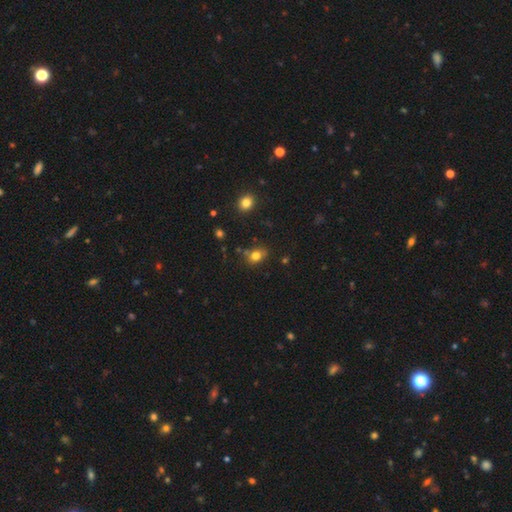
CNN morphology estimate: smooth_or_featured: smooth (p=0.78) [alt: star or artifact p=0.13]
how_rounded: round (p=0.51) [alt: in between p=0.48]
merging: none (p=0.69) [alt: minor disturbance p=0.19]